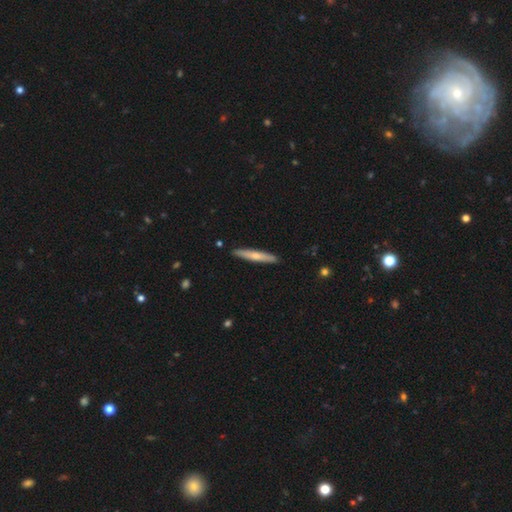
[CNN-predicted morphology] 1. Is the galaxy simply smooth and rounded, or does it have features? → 59% smooth, 36% featured or disk, 5% star or artifact.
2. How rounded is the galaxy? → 94% cigar-shaped, 5% in between, 1% round.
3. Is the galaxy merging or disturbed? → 90% none, 7% minor disturbance, 1% major disturbance, 1% merger.